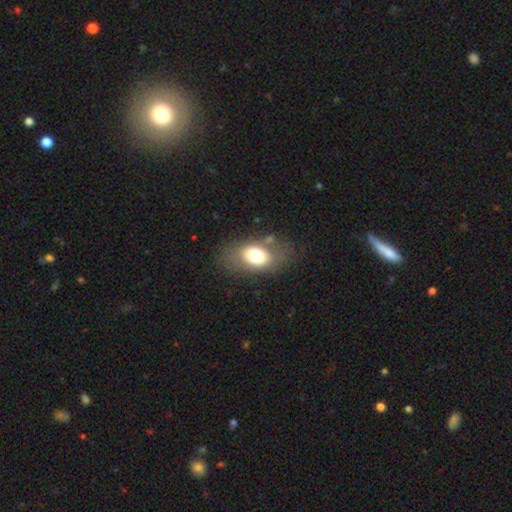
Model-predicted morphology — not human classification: This appears to be a smooth galaxy with no disk features (66%) that is in between round and cigar-shaped (84%). Merging: none (69%).